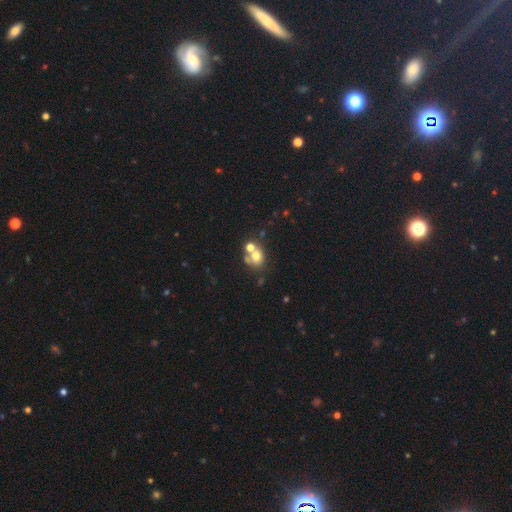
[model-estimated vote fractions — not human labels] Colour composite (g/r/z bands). It shows a smooth galaxy with no disk features (65%) that is round (66%). Merging: merger (45%).